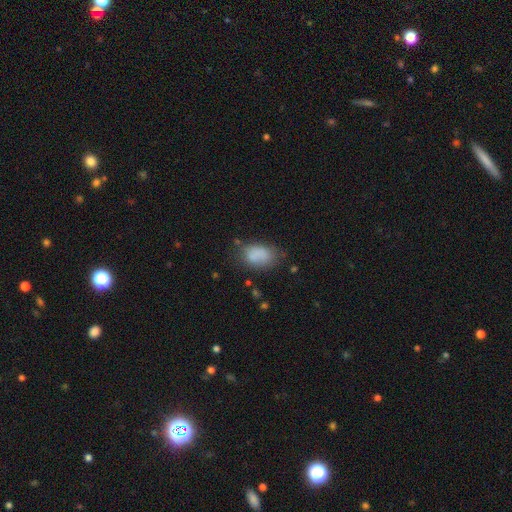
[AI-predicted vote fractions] Overall: smooth (81%). How rounded: in between (88%). Merging: none (58%; minor disturbance 27%).